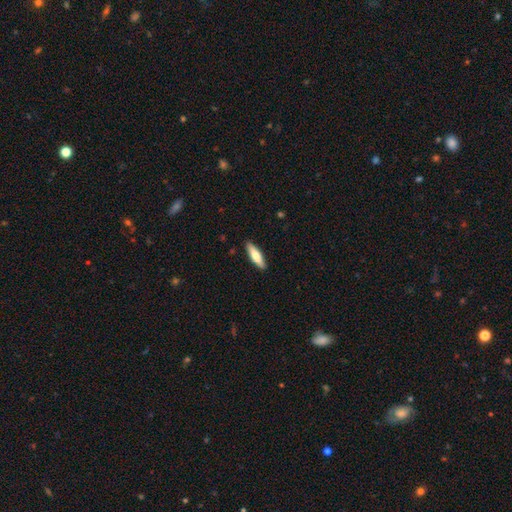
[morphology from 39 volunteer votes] Volunteers were most divided on "how rounded": cigar-shaped: 61%, in between: 36%, round: 4%. More confident: merging — none (86%); smooth or featured — smooth (72%).